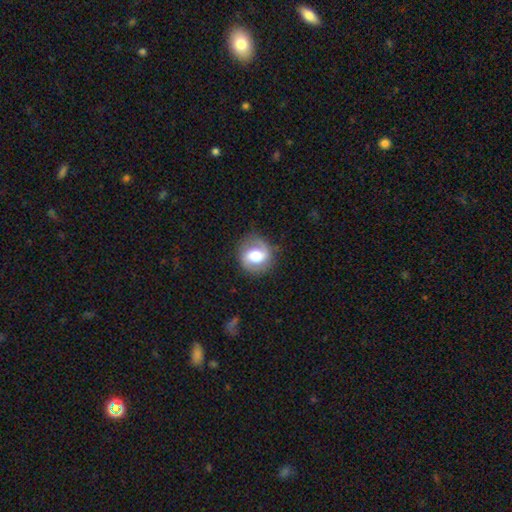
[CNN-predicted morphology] Smooth or featured?
  - featured or disk: 56% *
  - smooth: 36%
  - star or artifact: 8%
Edge-on disk?
  - no: 97% *
  - yes: 3%
Bar?
  - weak: 42% *
  - no: 38%
  - strong: 20%
Spiral arms?
  - yes: 80% *
  - no: 20%
Bulge size?
  - moderate: 54% *
  - large: 33%
  - small: 8%
  - dominant: 5%
  - none: 1%
Merging?
  - none: 80% *
  - minor disturbance: 14%
  - major disturbance: 5%
  - merger: 1%